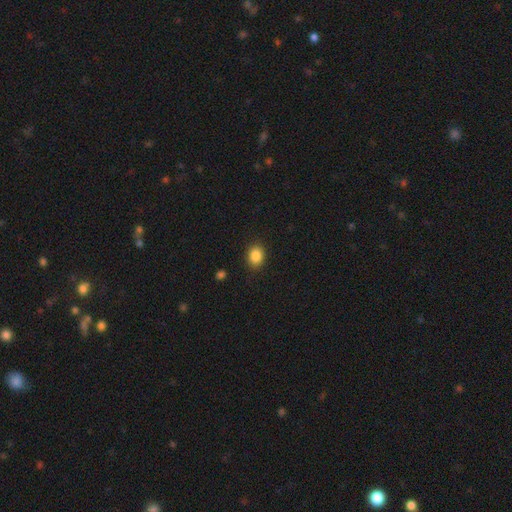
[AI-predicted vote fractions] smooth 87%, star or artifact 9%, featured or disk 4%. Down the decision tree: how rounded — in between (55%); merging — none (89%).